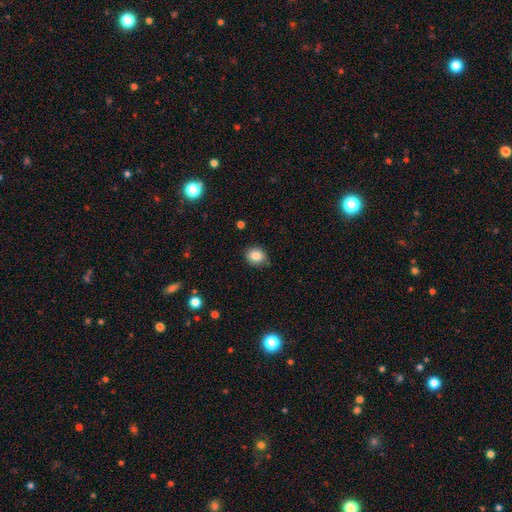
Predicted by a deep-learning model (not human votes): Smooth or featured: smooth — 84% (star or artifact — 9%)
How rounded: round — 65% (in between — 34%)
Merging: none — 83% (minor disturbance — 13%)